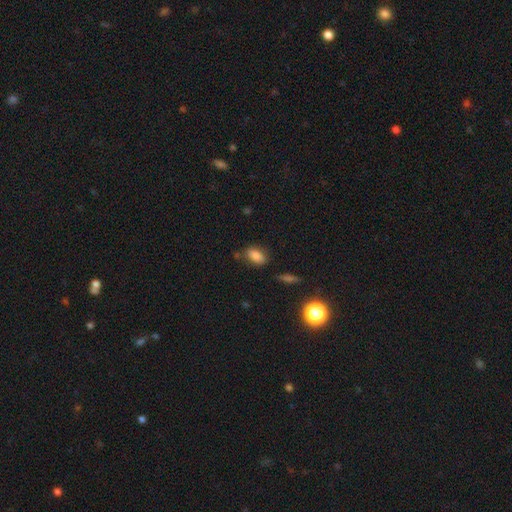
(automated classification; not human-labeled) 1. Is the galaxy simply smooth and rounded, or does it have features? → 83% smooth, 10% star or artifact, 6% featured or disk.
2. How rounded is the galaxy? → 88% in between, 8% round, 5% cigar-shaped.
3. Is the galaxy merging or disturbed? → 75% none, 16% minor disturbance, 4% merger, 4% major disturbance.